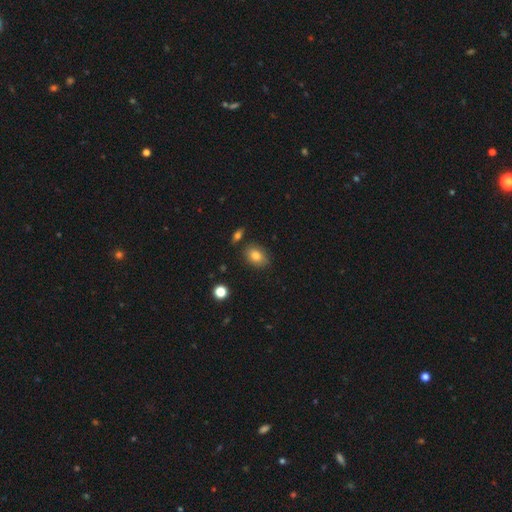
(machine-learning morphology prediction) This is clearly a smooth galaxy (81%). How rounded: likely in between (71%). Merging: likely none (80%).